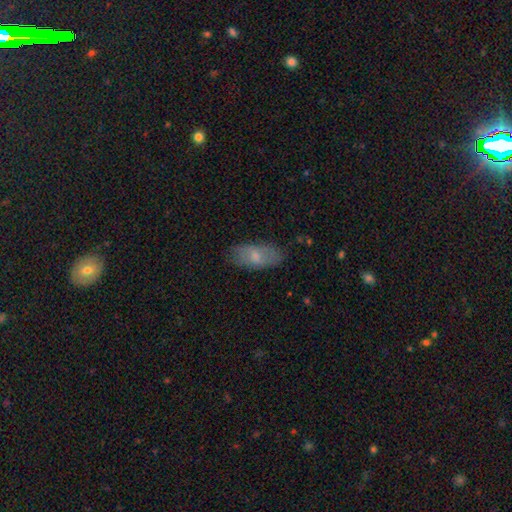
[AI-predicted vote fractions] Overall: smooth (70%). How rounded: in between (86%). Merging: none (77%).